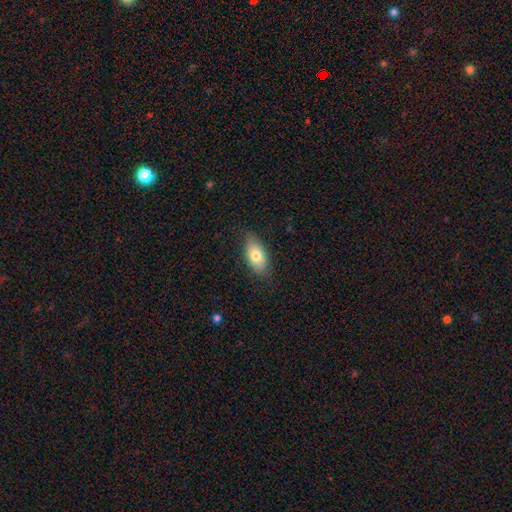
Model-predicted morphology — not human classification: Smooth or featured? Predicted: smooth (p=0.75). How rounded? Predicted: in between (p=0.90). Merging? Predicted: none (p=0.79).